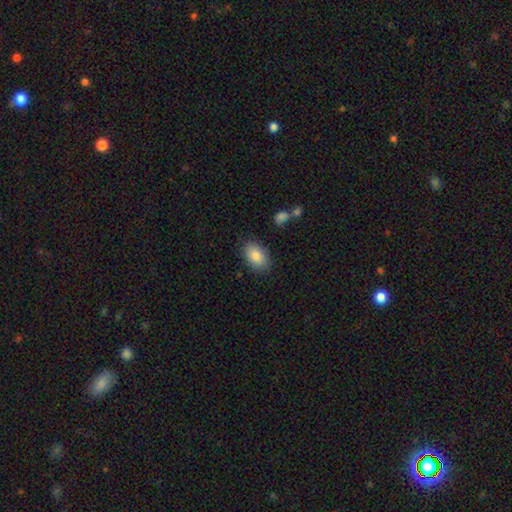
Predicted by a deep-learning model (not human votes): smooth_or_featured: smooth (p=0.84) [alt: featured or disk p=0.09]
how_rounded: in between (p=0.89) [alt: round p=0.10]
merging: none (p=0.84) [alt: minor disturbance p=0.11]